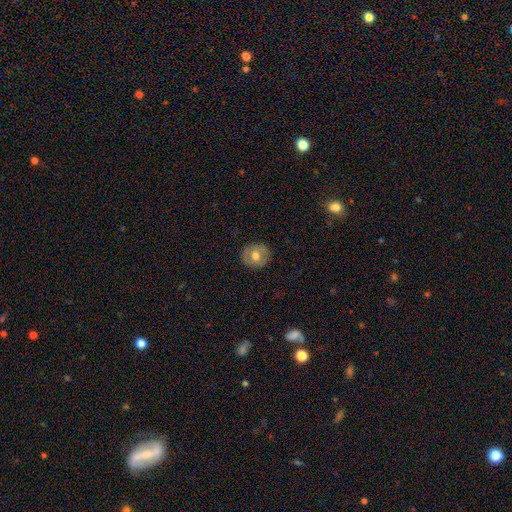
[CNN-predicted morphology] A smooth galaxy with no disk features (62%) that is round (84%). Merging: none (87%).